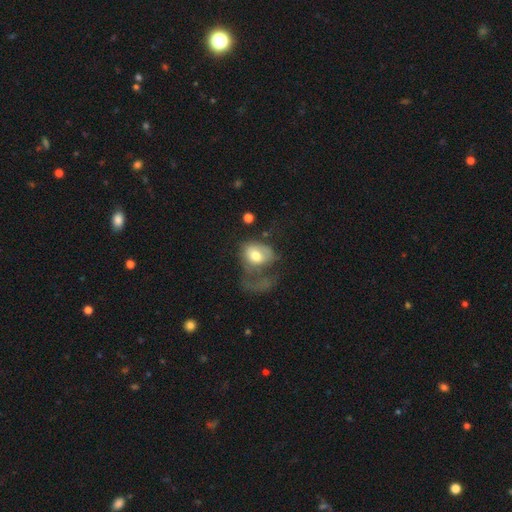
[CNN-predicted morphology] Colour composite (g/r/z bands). It shows a smooth galaxy with no disk features (63%) that is in between round and cigar-shaped (61%). Merging: major disturbance (64%).